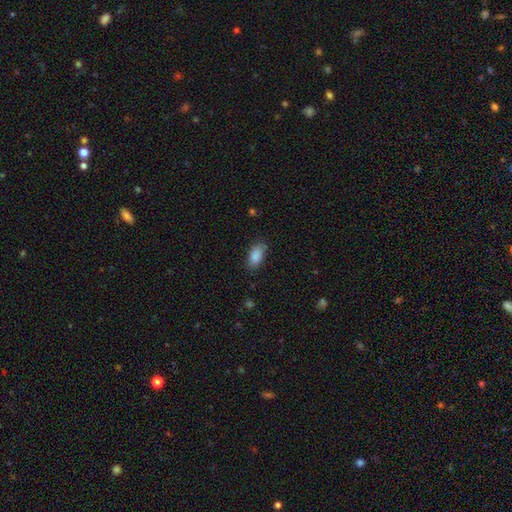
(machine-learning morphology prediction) smooth-or-featured: smooth: 88% | star or artifact: 7% | featured or disk: 5%
  how-rounded: in between: 92% | cigar-shaped: 4% | round: 4%
  merging: none: 80% | minor disturbance: 15% | major disturbance: 3% | merger: 1%